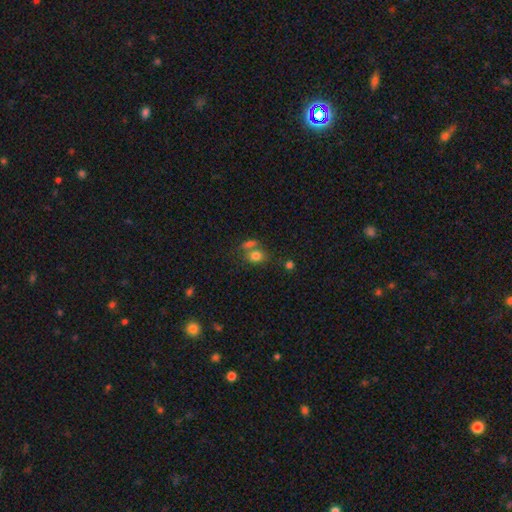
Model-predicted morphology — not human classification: Smooth or featured? smooth (78%)
How rounded? in between (54%)
Merging? none (48%)